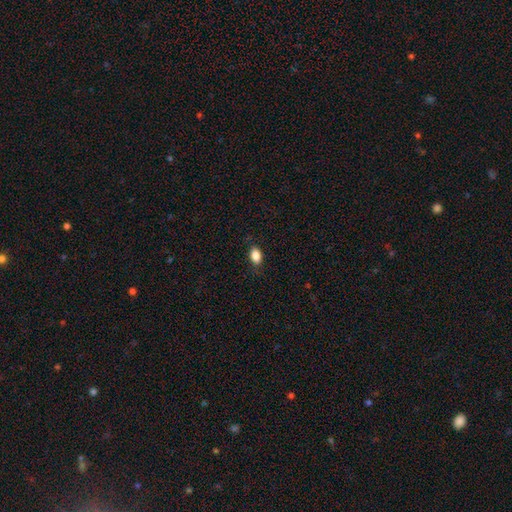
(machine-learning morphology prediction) smooth-or-featured: smooth: 87% | star or artifact: 8% | featured or disk: 5%
  how-rounded: in between: 86% | round: 12% | cigar-shaped: 2%
  merging: none: 84% | minor disturbance: 12% | major disturbance: 3% | merger: 1%